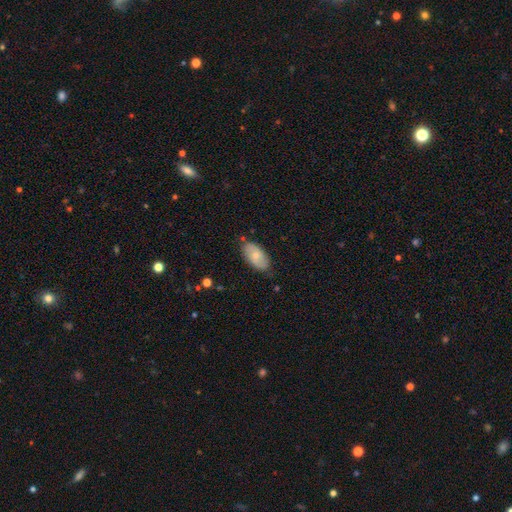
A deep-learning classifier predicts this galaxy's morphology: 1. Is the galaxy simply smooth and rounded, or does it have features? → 70% smooth, 24% featured or disk, 6% star or artifact.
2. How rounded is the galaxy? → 95% in between, 3% round, 2% cigar-shaped.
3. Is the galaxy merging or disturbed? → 78% none, 17% minor disturbance, 3% major disturbance, 2% merger.